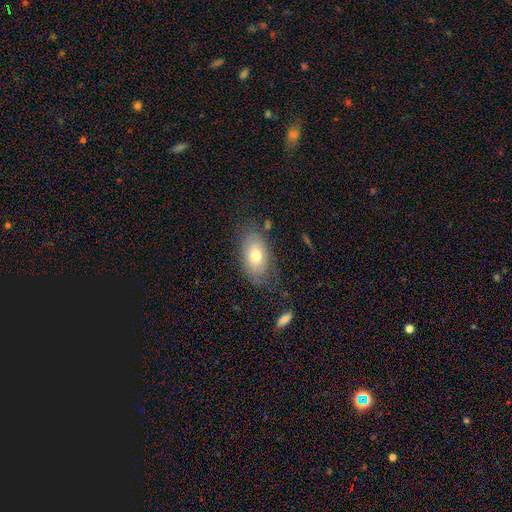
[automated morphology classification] This is likely a smooth galaxy (66%). How rounded: clearly in between (91%). Merging: likely none (69%).